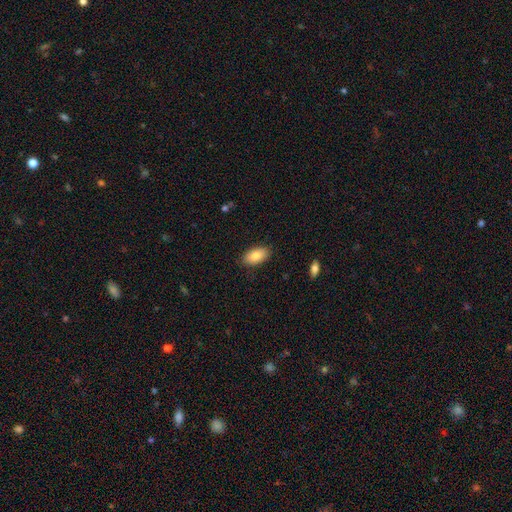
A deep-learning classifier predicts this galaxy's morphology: A smooth galaxy with no disk features (85%) that is in between round and cigar-shaped (94%). Merging: none (86%).